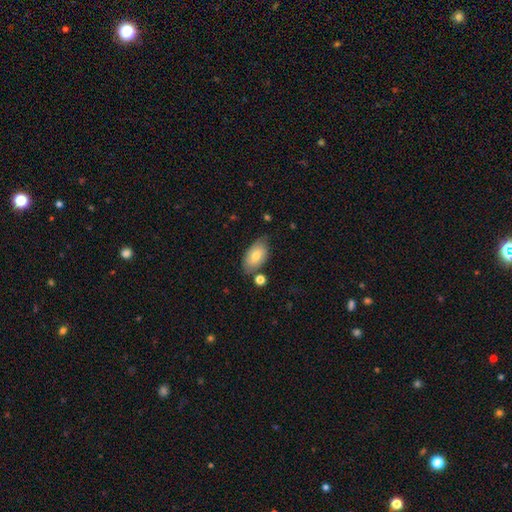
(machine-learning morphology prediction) Smooth or featured: smooth — 75% (featured or disk — 18%)
How rounded: in between — 93% (round — 5%)
Merging: none — 70% (minor disturbance — 19%)